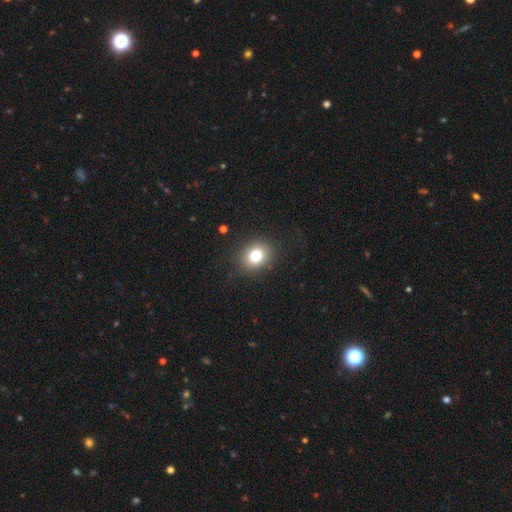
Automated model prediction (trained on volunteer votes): The model was most divided on "how rounded": round: 63%, in between: 36%, cigar-shaped: 1%. More confident: merging — none (87%); smooth or featured — smooth (79%).